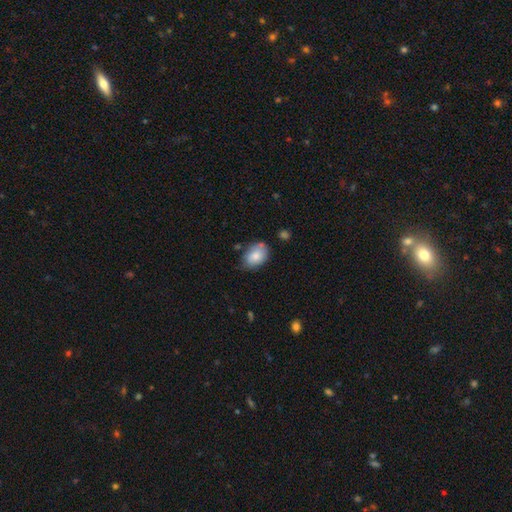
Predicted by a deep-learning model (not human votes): smooth 80%, featured or disk 13%, star or artifact 7%. Down the decision tree: how rounded — in between (80%); merging — none (65%).